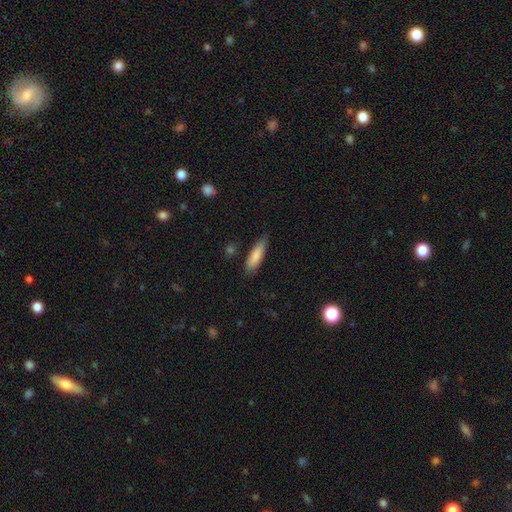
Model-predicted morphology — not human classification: Smooth or featured? Predicted: smooth (p=0.84). How rounded? Predicted: cigar-shaped (p=0.56). Merging? Predicted: none (p=0.78).